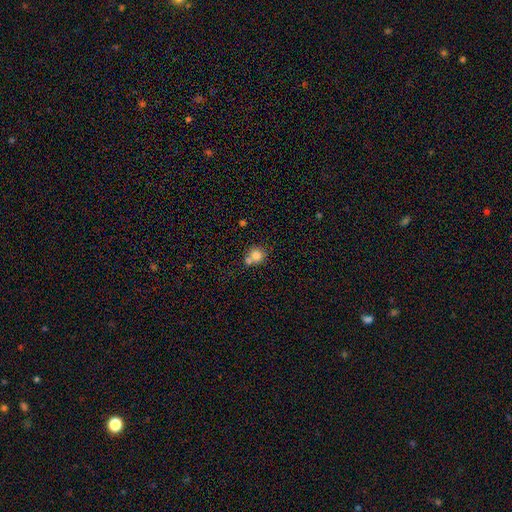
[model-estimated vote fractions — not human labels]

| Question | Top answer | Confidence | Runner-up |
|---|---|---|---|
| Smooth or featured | smooth | 78% | featured or disk (11%) |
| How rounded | round | 84% | in between (15%) |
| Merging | none | 45% | merger (42%) |